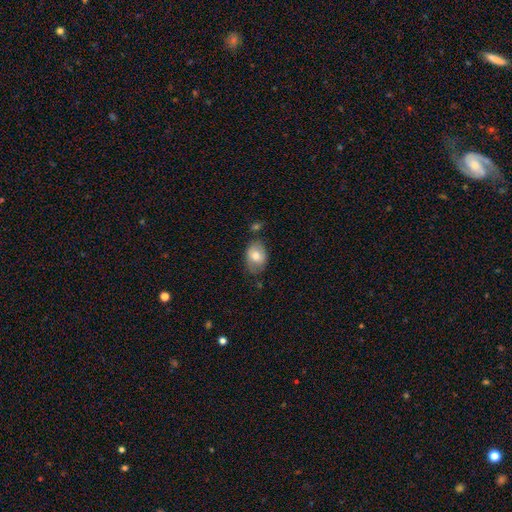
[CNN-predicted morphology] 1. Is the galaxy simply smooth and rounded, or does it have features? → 71% smooth, 22% featured or disk, 7% star or artifact.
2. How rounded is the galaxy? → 77% in between, 22% round, 1% cigar-shaped.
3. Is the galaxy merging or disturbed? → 60% none, 27% minor disturbance, 7% major disturbance, 6% merger.